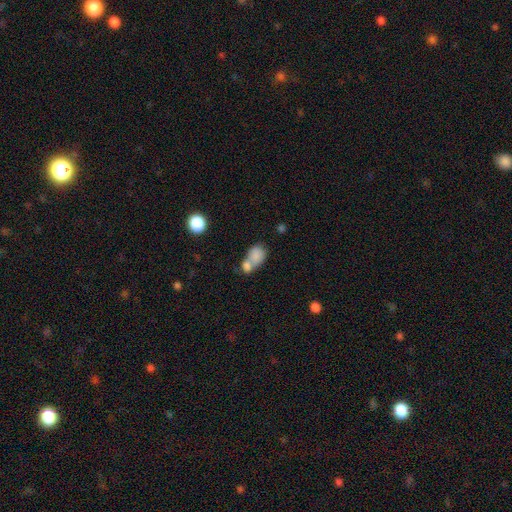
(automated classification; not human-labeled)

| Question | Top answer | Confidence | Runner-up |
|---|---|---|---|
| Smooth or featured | smooth | 79% | featured or disk (12%) |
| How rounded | in between | 68% | round (30%) |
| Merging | merger | 65% | none (21%) |